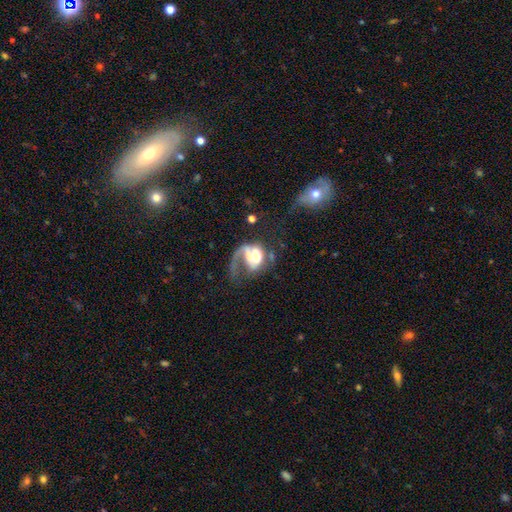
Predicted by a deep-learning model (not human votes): A featured or disk galaxy (60%) with no bar (61%), spiral arms (66%) and a large central bulge (40%).

Vote fractions:
- Smooth or featured? featured or disk: 60% / smooth: 30% / star or artifact: 10%
- Edge-on disk? no: 96% / yes: 4%
- Bar? no: 61% / weak: 26% / strong: 14%
- Spiral arms? yes: 66% / no: 34%
- Bulge size? large: 40% / moderate: 37% / dominant: 11% / small: 8% / none: 4%
- Merging? major disturbance: 56% / none: 20% / minor disturbance: 12% / merger: 12%